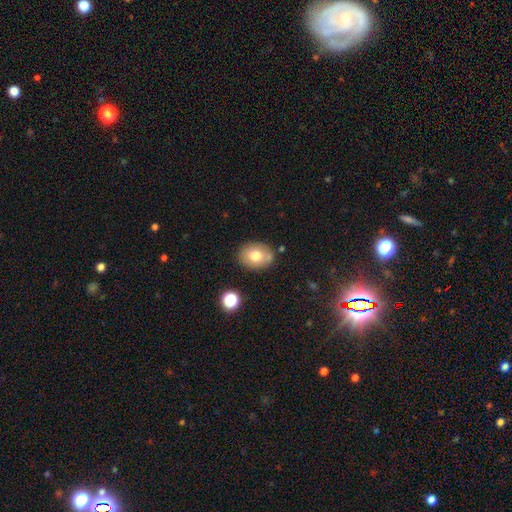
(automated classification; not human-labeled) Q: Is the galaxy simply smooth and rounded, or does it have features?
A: smooth — 74%.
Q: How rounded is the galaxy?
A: in between — 62%.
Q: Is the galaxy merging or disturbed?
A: none — 76%.